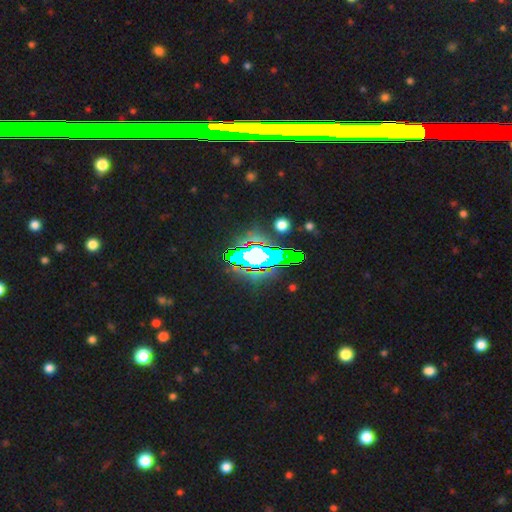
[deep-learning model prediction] A star or artifact, not a galaxy (59%).

Vote fractions:
- Smooth or featured? star or artifact: 59% / featured or disk: 22% / smooth: 19%